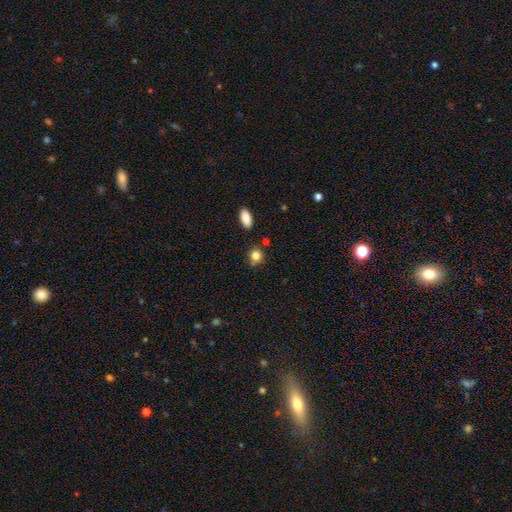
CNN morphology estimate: Smooth or featured?
  - smooth: 81% *
  - star or artifact: 12%
  - featured or disk: 7%
How rounded?
  - round: 76% *
  - in between: 23%
  - cigar-shaped: 2%
Merging?
  - none: 71% *
  - minor disturbance: 14%
  - merger: 11%
  - major disturbance: 4%